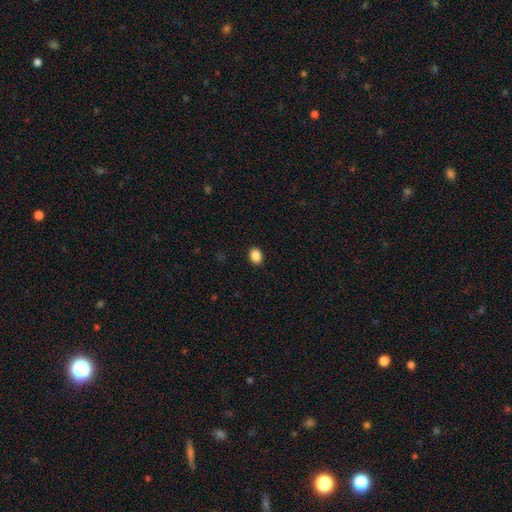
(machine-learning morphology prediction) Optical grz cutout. It shows a smooth galaxy with no disk features (88%) that is in between round and cigar-shaped (59%). Merging: none (91%).